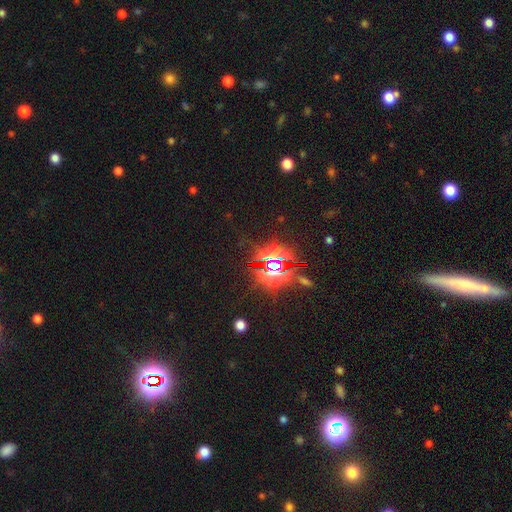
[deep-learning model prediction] Q: Smooth or featured?
A: star or artifact (77%); runner-up: smooth (14%)